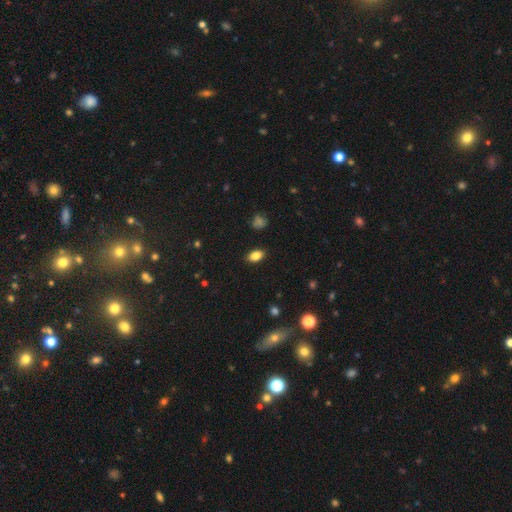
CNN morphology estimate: Smooth or featured: smooth — 84% (star or artifact — 10%)
How rounded: in between — 87% (round — 11%)
Merging: none — 88% (minor disturbance — 9%)